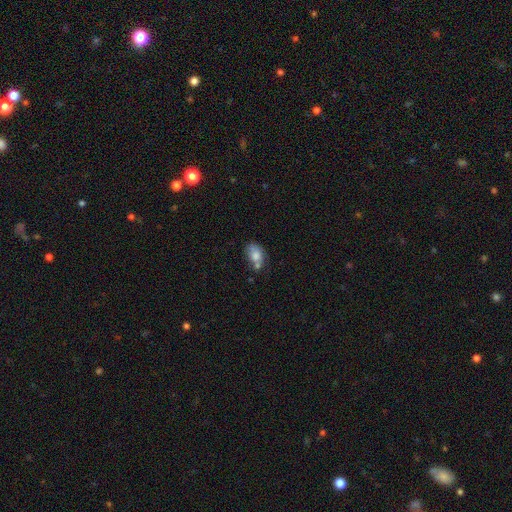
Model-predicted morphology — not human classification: A smooth galaxy with no disk features (75%) that is in between round and cigar-shaped (81%).

Vote fractions:
- Smooth or featured? smooth: 75% / featured or disk: 16% / star or artifact: 9%
- How rounded? in between: 81% / round: 17% / cigar-shaped: 2%
- Merging? none: 37% / merger: 29% / minor disturbance: 23% / major disturbance: 10%